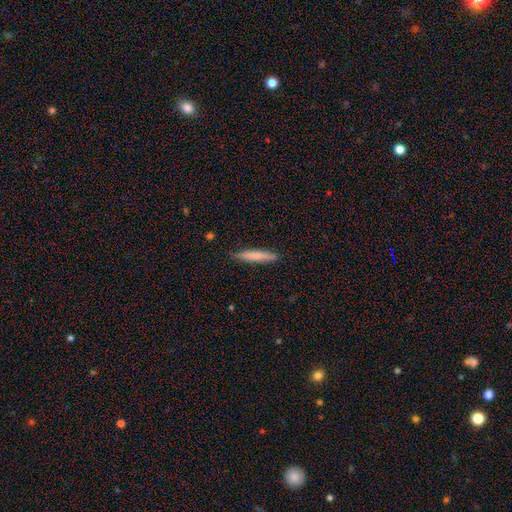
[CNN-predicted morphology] smooth-or-featured: smooth: 69% | featured or disk: 25% | star or artifact: 6%
  how-rounded: cigar-shaped: 93% | in between: 5% | round: 1%
  merging: none: 86% | minor disturbance: 11% | major disturbance: 2% | merger: 1%